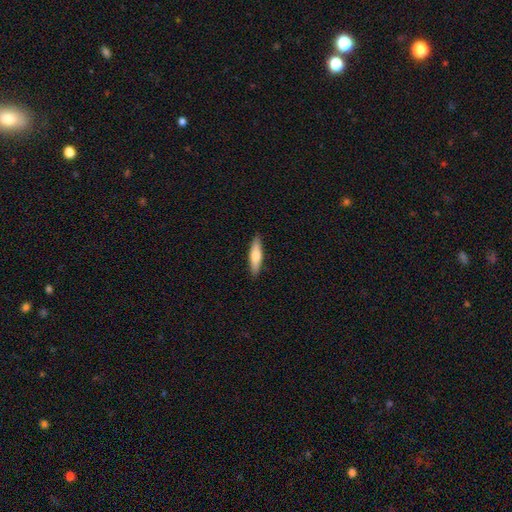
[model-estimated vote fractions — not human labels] Smooth or featured? Predicted: smooth (p=0.68). How rounded? Predicted: cigar-shaped (p=0.71). Merging? Predicted: none (p=0.89).